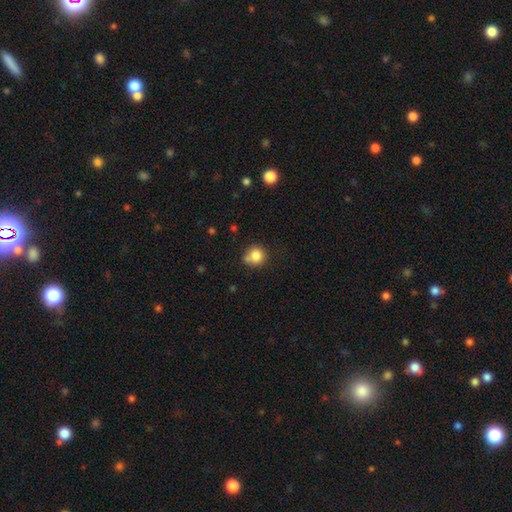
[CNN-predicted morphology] A smooth galaxy with no disk features (83%) that is round (88%).

Vote fractions:
- Smooth or featured? smooth: 83% / star or artifact: 10% / featured or disk: 7%
- How rounded? round: 88% / in between: 11% / cigar-shaped: 1%
- Merging? none: 62% / minor disturbance: 19% / merger: 14% / major disturbance: 5%